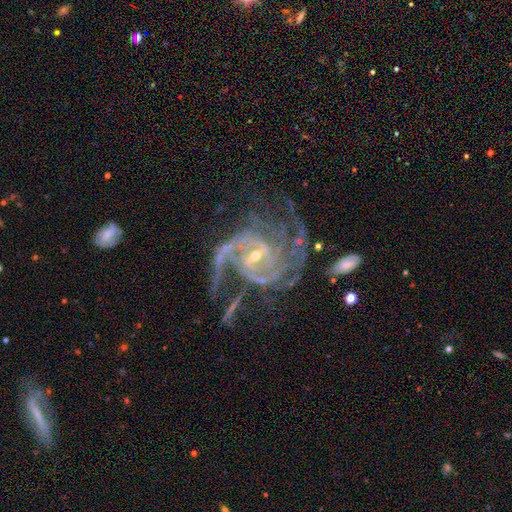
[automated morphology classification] A featured or disk galaxy (91%) with a weak bar (42%), 2 (39%) medium (48%) spiral arms (98%) and a small central bulge (73%). Merging: none (52%).